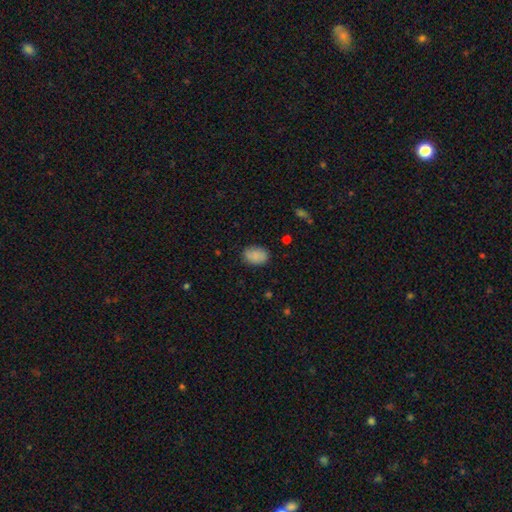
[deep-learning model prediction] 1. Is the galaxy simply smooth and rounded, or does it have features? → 88% smooth, 7% star or artifact, 4% featured or disk.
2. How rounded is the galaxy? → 81% in between, 18% round, 1% cigar-shaped.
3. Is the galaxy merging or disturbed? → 84% none, 12% minor disturbance, 3% major disturbance, 1% merger.